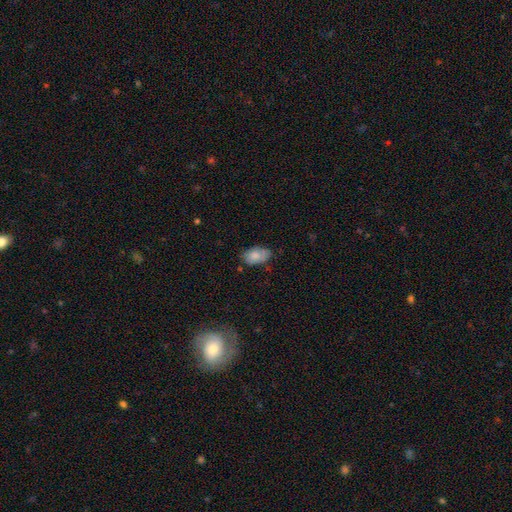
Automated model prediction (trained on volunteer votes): Smooth or featured: smooth — 77% (featured or disk — 16%)
How rounded: in between — 91% (round — 8%)
Merging: none — 67% (minor disturbance — 26%)